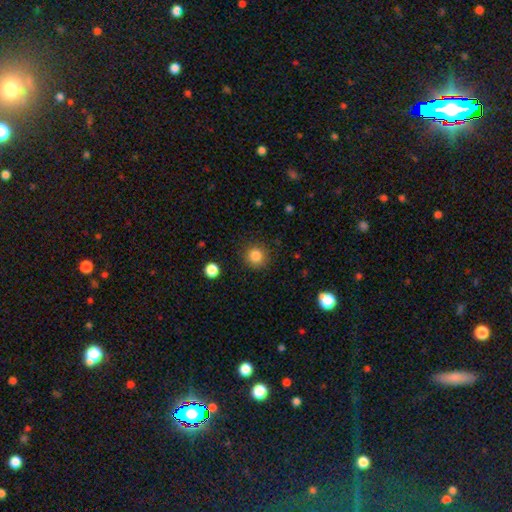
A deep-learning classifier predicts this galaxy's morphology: smooth 84%, star or artifact 11%, featured or disk 5%. Down the decision tree: how rounded — round (93%); merging — none (88%).